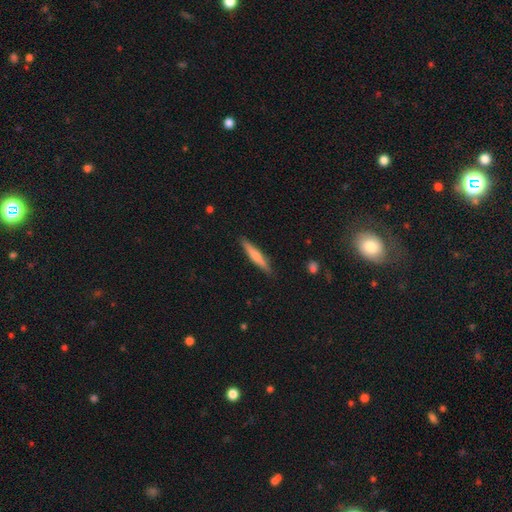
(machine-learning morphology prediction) A smooth galaxy with no disk features (58%) that is cigar-shaped (91%). Merging: none (89%).